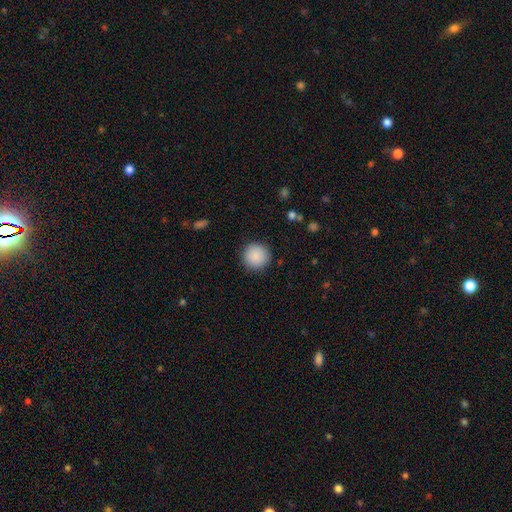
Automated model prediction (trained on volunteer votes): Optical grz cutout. It shows a smooth galaxy with no disk features (89%) that is round (96%). Merging: none (91%).